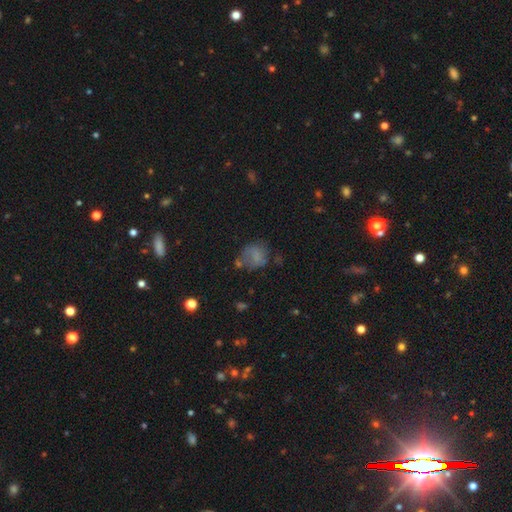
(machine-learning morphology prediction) The model was most divided on "merging": none: 44%, minor disturbance: 27%, major disturbance: 19%, merger: 10%. More confident: smooth or featured — smooth (66%); how rounded — round (59%).